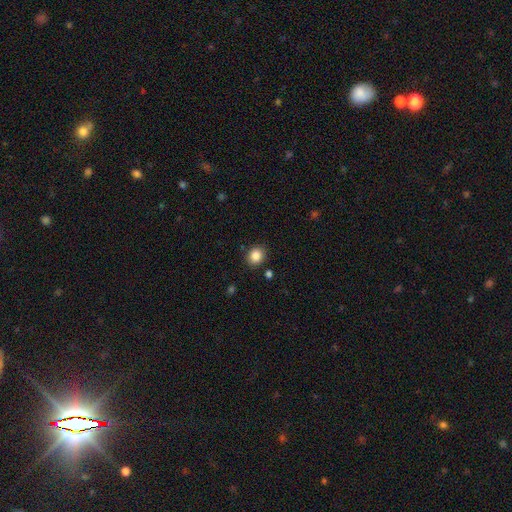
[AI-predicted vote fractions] Smooth or featured? smooth (86%)
How rounded? round (74%)
Merging? none (87%)